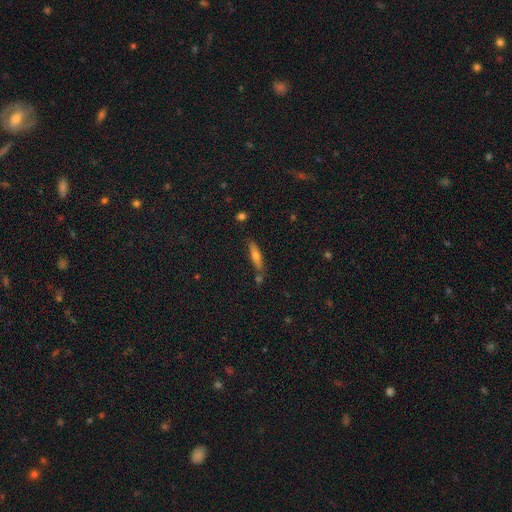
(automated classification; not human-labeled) Overall: smooth (54%; featured or disk 38%). How rounded: cigar-shaped (79%). Merging: none (75%).